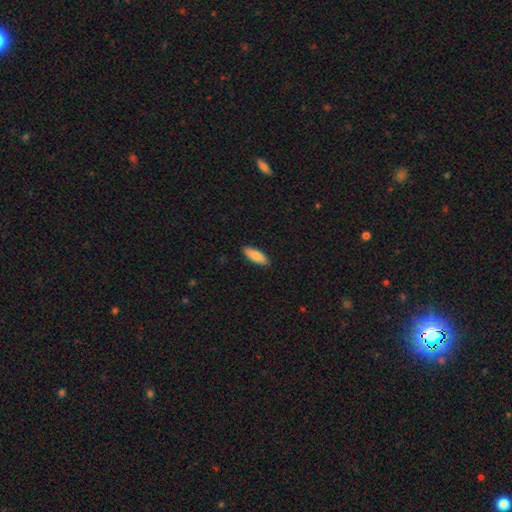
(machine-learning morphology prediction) type=smooth (85%); roundness=in between (70%); merging=none (89%).